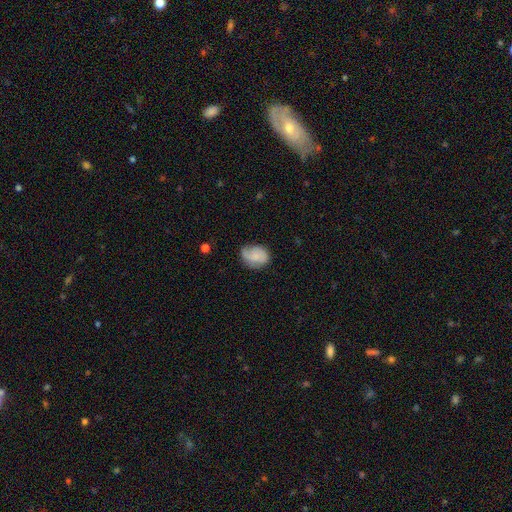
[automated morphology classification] A smooth galaxy with no disk features (65%) that is in between round and cigar-shaped (66%).

Vote fractions:
- Smooth or featured? smooth: 65% / featured or disk: 27% / star or artifact: 8%
- How rounded? in between: 66% / round: 33% / cigar-shaped: 1%
- Merging? none: 55% / minor disturbance: 32% / major disturbance: 12% / merger: 2%